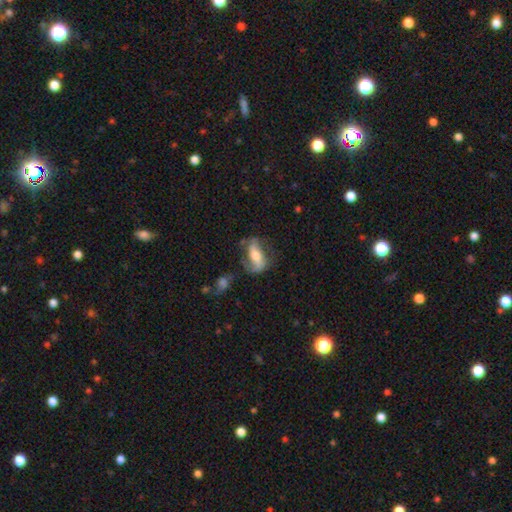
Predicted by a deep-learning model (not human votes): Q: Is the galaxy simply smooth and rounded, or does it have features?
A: featured or disk — 63%.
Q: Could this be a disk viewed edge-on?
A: no — 88%.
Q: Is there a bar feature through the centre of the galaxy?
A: strong — 45%.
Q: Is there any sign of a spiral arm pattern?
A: yes — 77%.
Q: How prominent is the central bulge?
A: moderate — 60%.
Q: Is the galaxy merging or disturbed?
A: none — 57%.